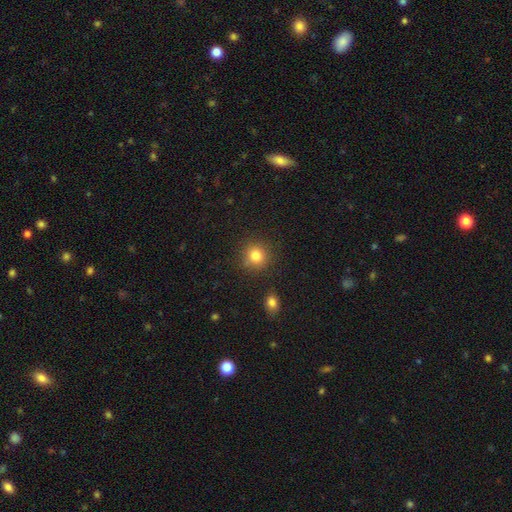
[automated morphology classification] This is clearly a smooth galaxy (82%). How rounded: clearly round (90%). Merging: clearly none (85%).